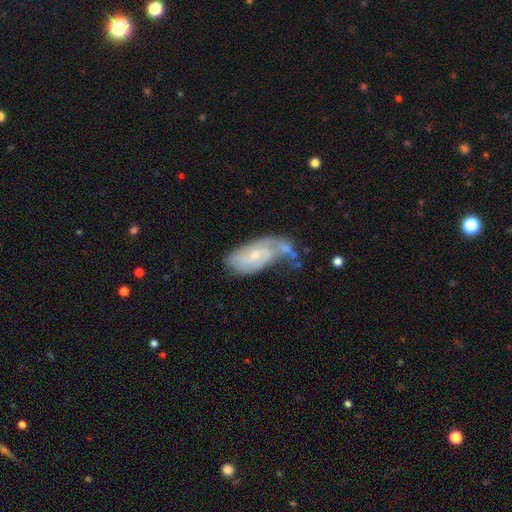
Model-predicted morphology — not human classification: Smooth or featured?
  - featured or disk: 65% *
  - smooth: 28%
  - star or artifact: 6%
Edge-on disk?
  - no: 94% *
  - yes: 6%
Bar?
  - no: 49% *
  - weak: 42%
  - strong: 9%
Spiral arms?
  - yes: 84% *
  - no: 16%
Spiral winding?
  - tight: 44% *
  - medium: 37%
  - loose: 19%
Spiral arm count?
  - 2: 40% *
  - can't tell: 27%
  - 1: 26%
  - 3: 5%
  - 4: 2%
  - more than 4: 2%
Bulge size?
  - small: 58% *
  - moderate: 33%
  - none: 7%
  - large: 2%
  - dominant: 1%
Merging?
  - none: 28% *
  - minor disturbance: 27%
  - major disturbance: 24%
  - merger: 21%